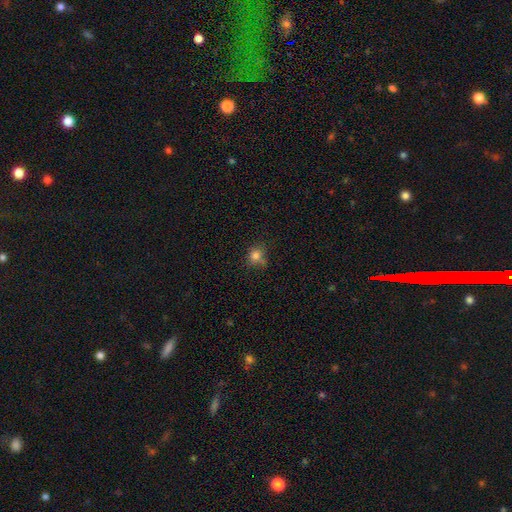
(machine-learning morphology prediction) Smooth or featured?
  - smooth: 79% *
  - star or artifact: 13%
  - featured or disk: 7%
How rounded?
  - round: 75% *
  - in between: 24%
  - cigar-shaped: 1%
Merging?
  - none: 64% *
  - minor disturbance: 21%
  - merger: 8%
  - major disturbance: 6%